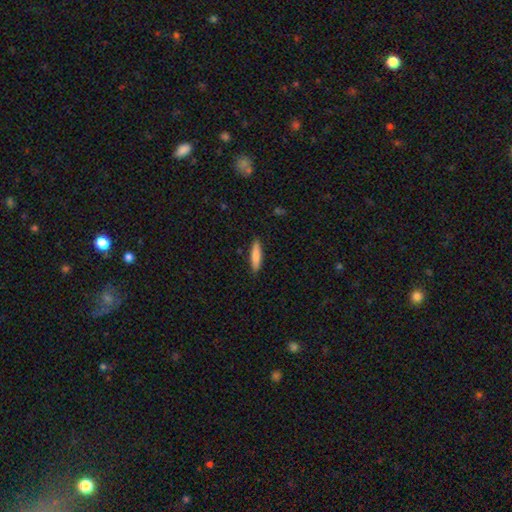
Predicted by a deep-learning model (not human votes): The model was most divided on "how rounded": cigar-shaped: 78%, in between: 21%, round: 1%. More confident: merging — none (88%); smooth or featured — smooth (81%).